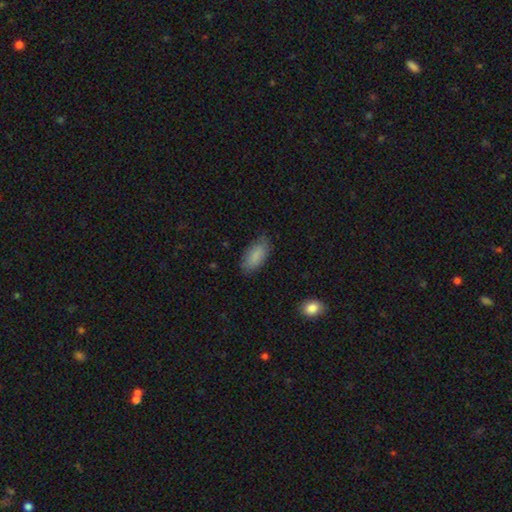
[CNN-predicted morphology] This is clearly a smooth galaxy (87%). How rounded: clearly in between (90%). Merging: likely none (77%).